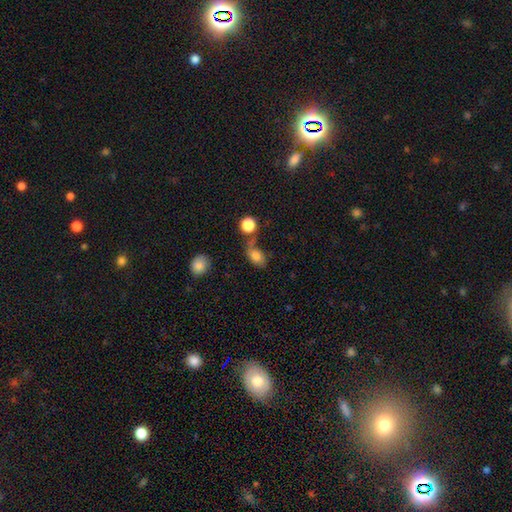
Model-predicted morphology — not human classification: This is likely a smooth galaxy (77%). How rounded: likely in between (76%). Merging: marginally none (39%).